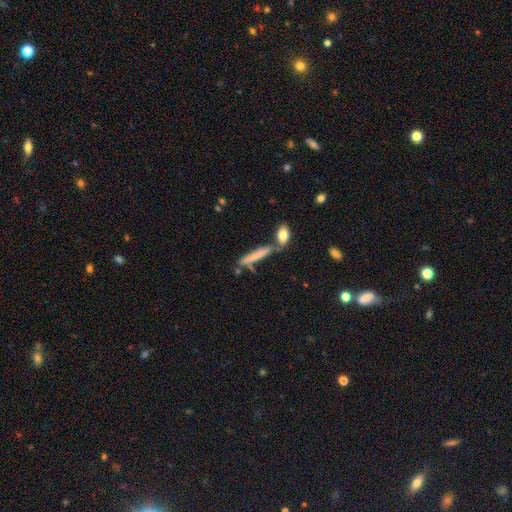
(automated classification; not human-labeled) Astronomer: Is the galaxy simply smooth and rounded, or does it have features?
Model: smooth — 67%.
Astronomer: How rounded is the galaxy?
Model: cigar-shaped — 89%.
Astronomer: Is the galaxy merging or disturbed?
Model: none — 61%.